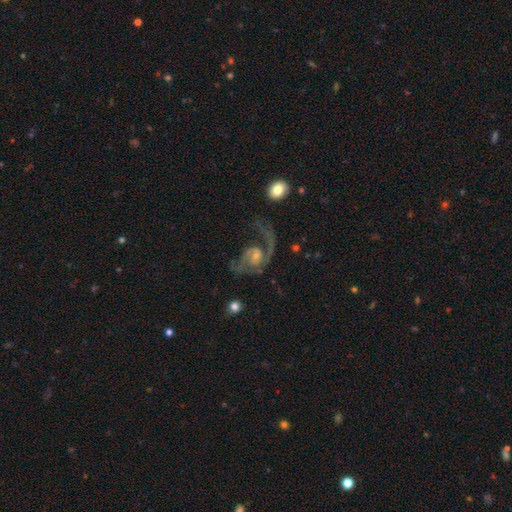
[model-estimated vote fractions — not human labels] Morphology: type=featured or disk (81%); edge-on=no (97%); bar=no (59%); spiral arms=yes (90%); winding=medium (42%, tied with loose); arm count=2 (55%); bulge=small (52%); merging=none (41%).